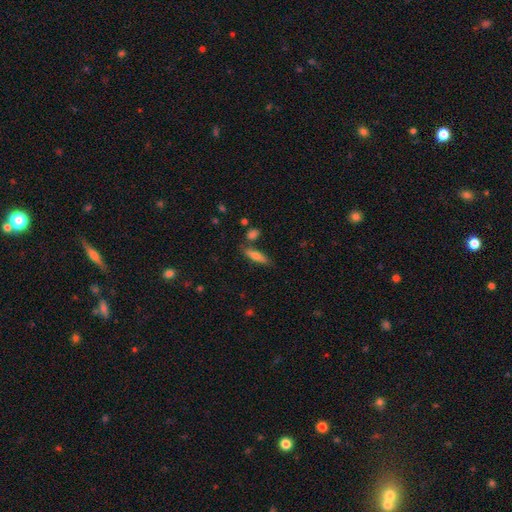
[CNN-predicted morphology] Q: Smooth or featured?
A: smooth (65%); runner-up: featured or disk (28%)
Q: How rounded?
A: cigar-shaped (66%); runner-up: in between (31%)
Q: Merging?
A: none (74%); runner-up: minor disturbance (14%)